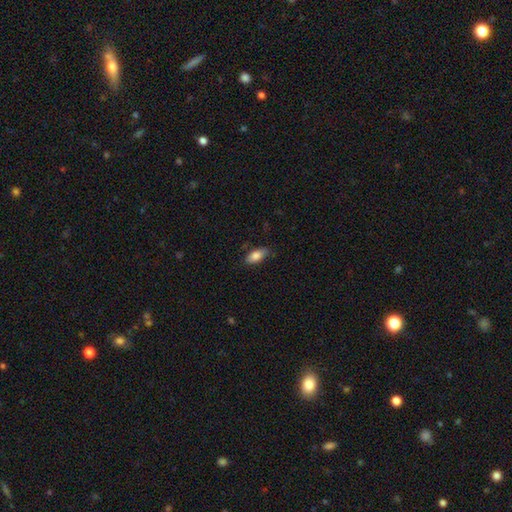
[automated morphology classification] smooth 82%, featured or disk 11%, star or artifact 7%. Down the decision tree: how rounded — in between (88%); merging — none (77%).